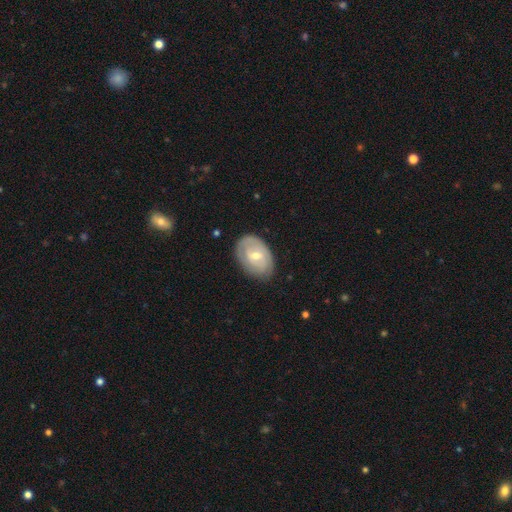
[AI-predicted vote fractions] featured or disk 54%, smooth 40%, star or artifact 7%. Down the decision tree: edge-on disk — no (94%); bar — no (48%); spiral arms — yes (55%); bulge size — moderate (53%); merging — none (74%).